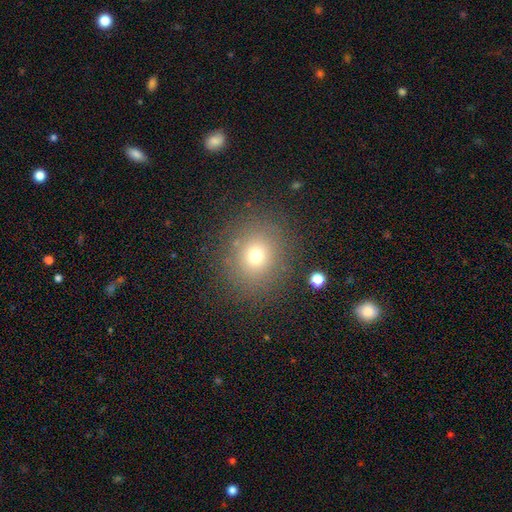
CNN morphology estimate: The model was most divided on "smooth or featured": smooth: 70%, star or artifact: 19%, featured or disk: 12%. More confident: merging — none (84%); how rounded — round (79%).